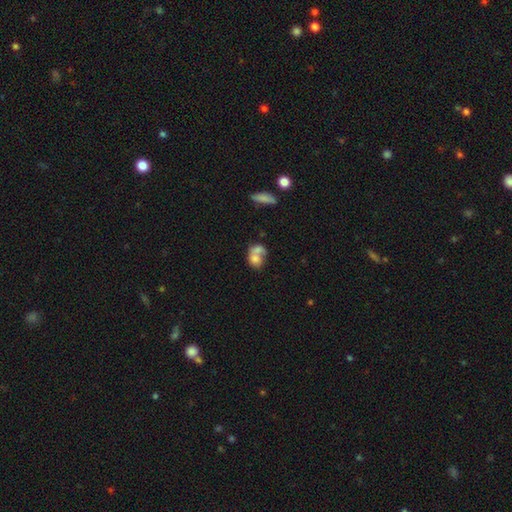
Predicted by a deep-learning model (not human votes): smooth_or_featured: smooth (p=0.69) [alt: featured or disk p=0.22]
how_rounded: in between (p=0.56) [alt: round p=0.42]
merging: merger (p=0.68) [alt: none p=0.19]